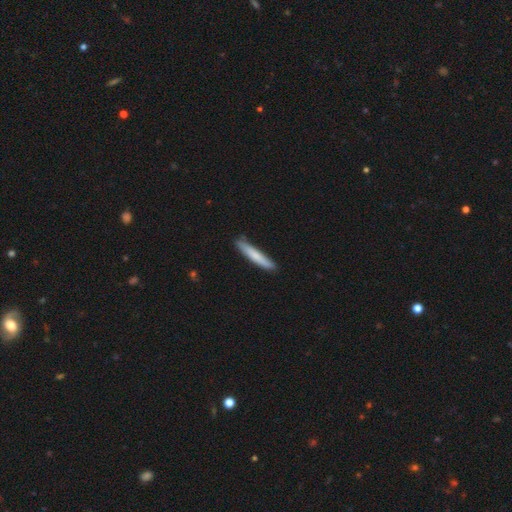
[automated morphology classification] The model was most divided on "smooth or featured": smooth: 74%, featured or disk: 21%, star or artifact: 5%. More confident: how rounded — cigar-shaped (94%); merging — none (85%).